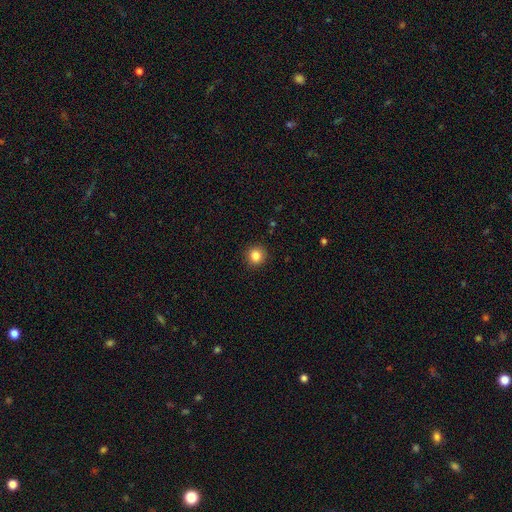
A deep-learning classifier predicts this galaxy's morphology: type=smooth (85%); roundness=round (93%); merging=none (91%).